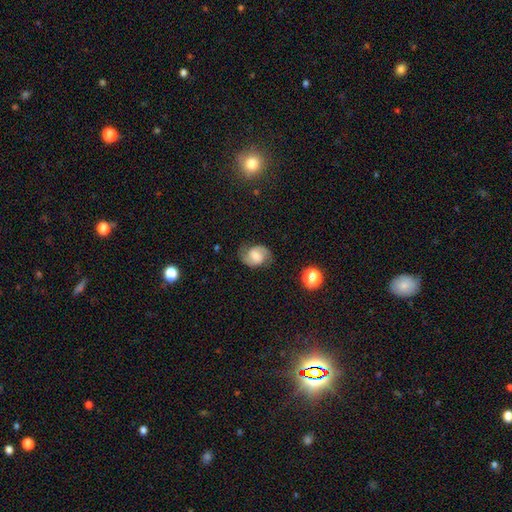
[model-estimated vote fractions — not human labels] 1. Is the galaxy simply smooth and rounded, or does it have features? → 73% featured or disk, 19% smooth, 8% star or artifact.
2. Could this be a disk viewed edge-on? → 98% no, 2% yes.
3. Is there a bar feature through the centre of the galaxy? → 50% weak, 29% no, 20% strong.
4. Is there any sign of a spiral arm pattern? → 95% yes, 5% no.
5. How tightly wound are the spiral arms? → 53% medium, 26% tight, 21% loose.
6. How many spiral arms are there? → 91% 2, 4% can't tell, 2% 1, 1% 3, 1% 4, 1% more than 4.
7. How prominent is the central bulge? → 32% moderate, 28% small, 22% none, 15% large, 3% dominant.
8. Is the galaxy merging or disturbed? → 78% none, 15% minor disturbance, 6% major disturbance, 1% merger.